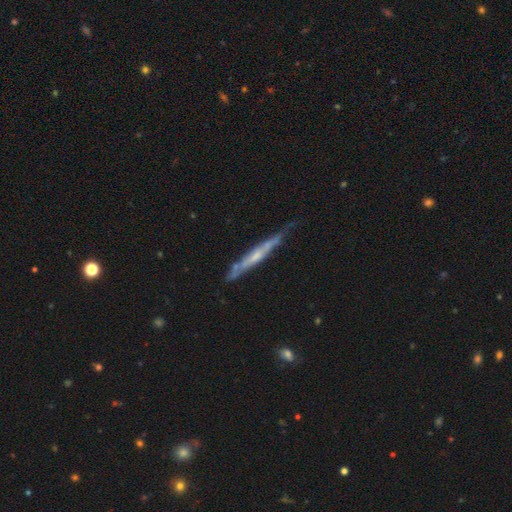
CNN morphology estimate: Smooth or featured? Predicted: featured or disk (p=0.69). Edge-on disk? Predicted: yes (p=0.87). Edge-on bulge? Predicted: none (p=0.53). Merging? Predicted: none (p=0.63).